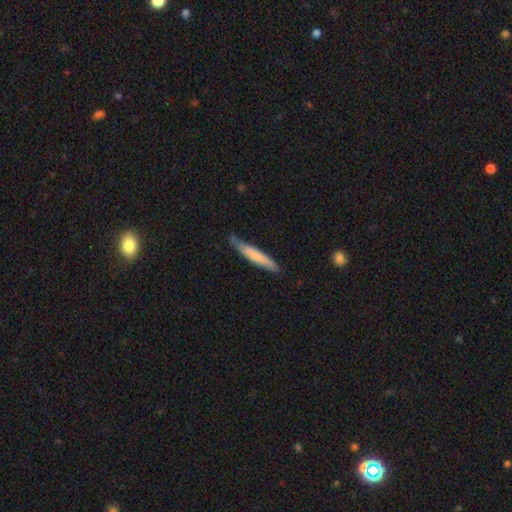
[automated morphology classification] Overall: smooth (68%). How rounded: cigar-shaped (91%). Merging: none (69%).